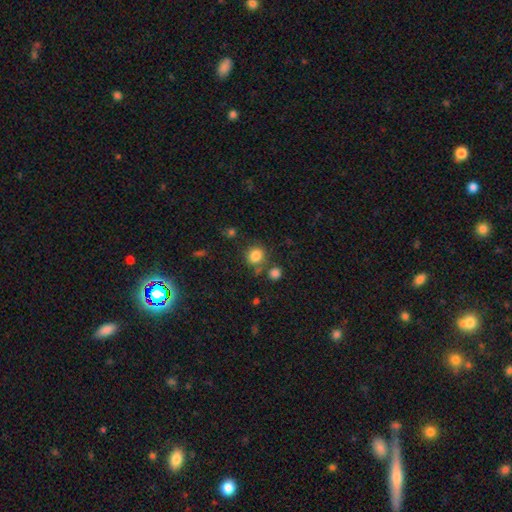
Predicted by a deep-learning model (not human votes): A smooth galaxy with no disk features (83%) that is round (78%). Merging: none (70%).